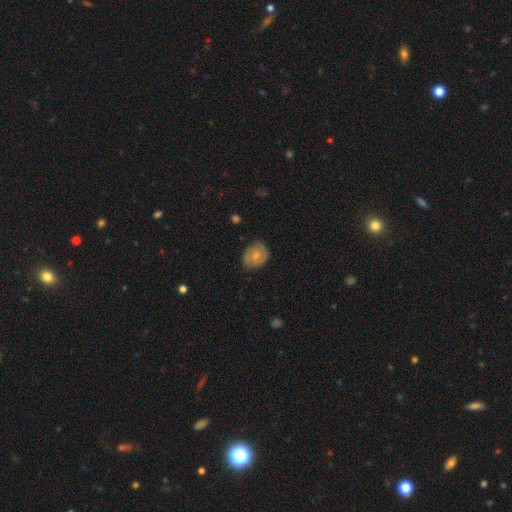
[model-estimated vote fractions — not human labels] This appears to be a smooth galaxy with no disk features (54%) that is round (55%). Merging: none (73%).